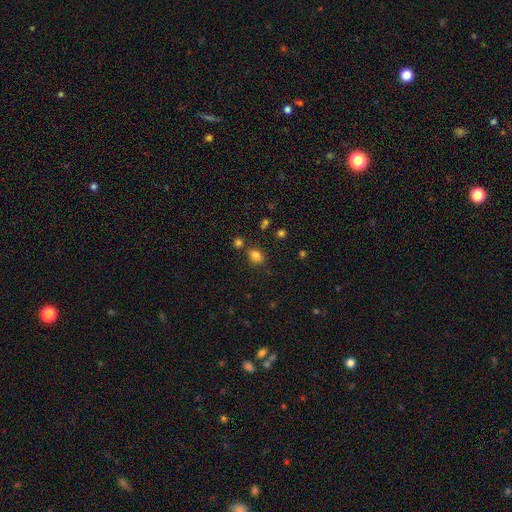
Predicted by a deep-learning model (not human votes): The model was most divided on "how rounded": in between: 73%, round: 25%, cigar-shaped: 2%. More confident: smooth or featured — smooth (81%); merging — none (74%).